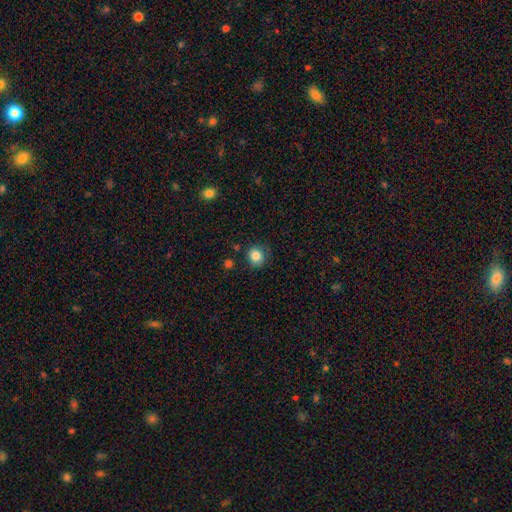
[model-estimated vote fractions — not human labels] smooth-or-featured: smooth: 84% | star or artifact: 10% | featured or disk: 5%
  how-rounded: round: 86% | in between: 13% | cigar-shaped: 1%
  merging: none: 84% | minor disturbance: 11% | major disturbance: 3% | merger: 3%